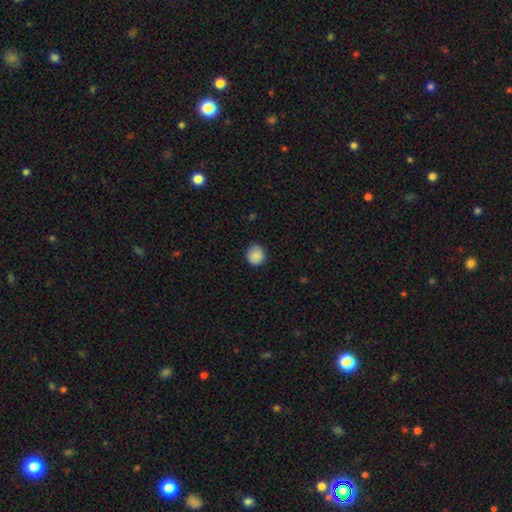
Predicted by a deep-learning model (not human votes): Smooth or featured? smooth (88%)
How rounded? round (92%)
Merging? none (88%)